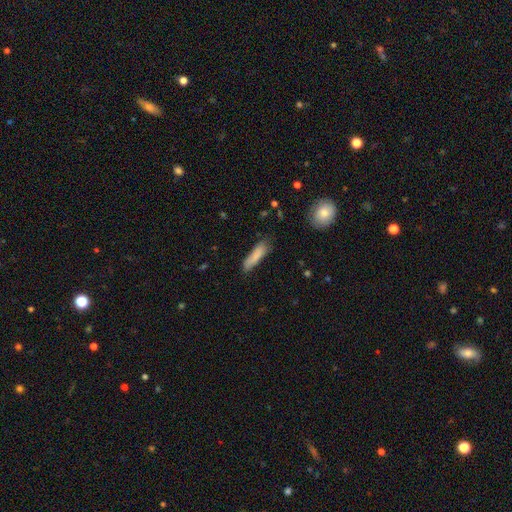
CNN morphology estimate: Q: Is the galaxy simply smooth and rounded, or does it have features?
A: smooth — 84%.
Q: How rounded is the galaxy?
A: cigar-shaped — 76%.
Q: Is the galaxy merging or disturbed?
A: none — 70%.